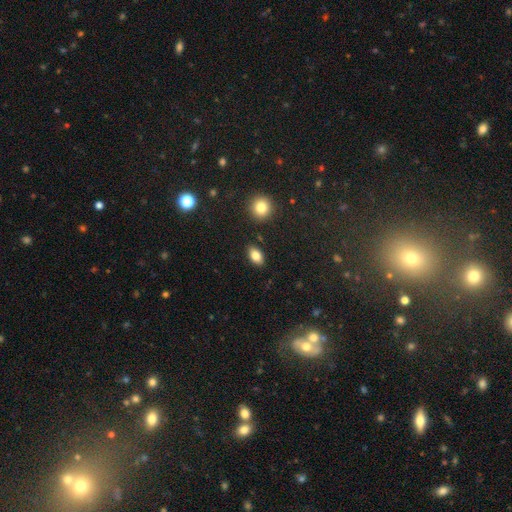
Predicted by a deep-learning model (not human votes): This is clearly a smooth galaxy (82%). How rounded: clearly in between (89%). Merging: clearly none (87%).